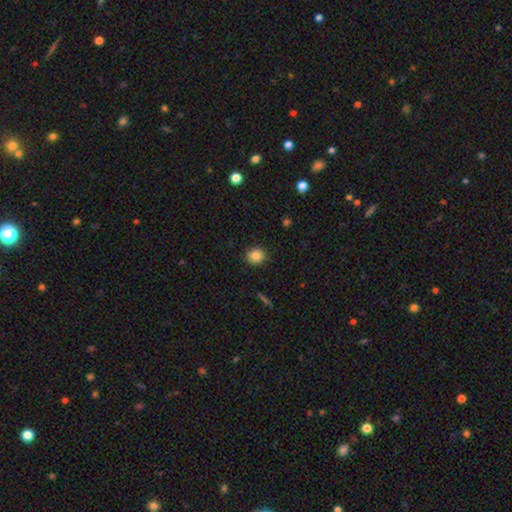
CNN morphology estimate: smooth_or_featured: smooth (p=0.84) [alt: star or artifact p=0.10]
how_rounded: round (p=0.83) [alt: in between p=0.16]
merging: none (p=0.90) [alt: minor disturbance p=0.07]